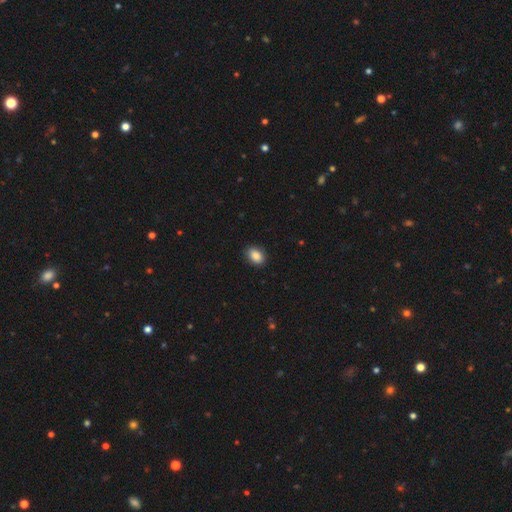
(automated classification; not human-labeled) smooth 87%, star or artifact 8%, featured or disk 5%. Down the decision tree: how rounded — in between (78%); merging — none (90%).